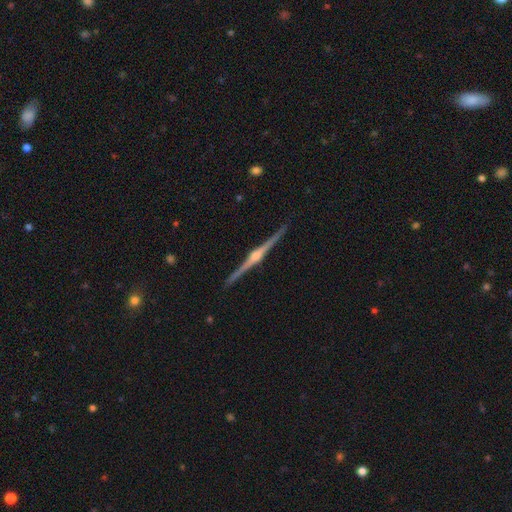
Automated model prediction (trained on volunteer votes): This appears to be a featured or disk galaxy (90%) viewed edge-on (99%) with a rounded central bulge (92%). Merging: none (93%).